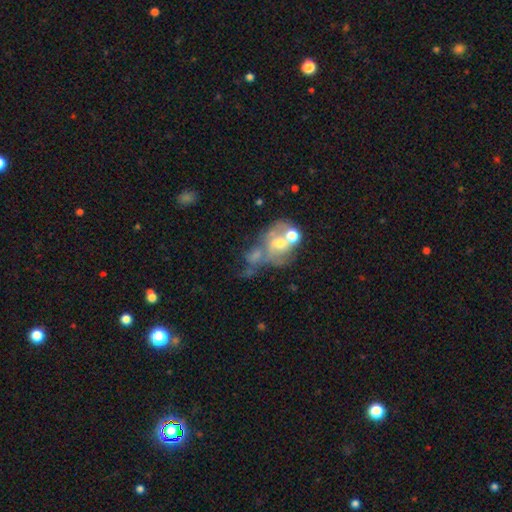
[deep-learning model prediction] Q: Smooth or featured?
A: featured or disk (56%); runner-up: smooth (29%)
Q: Edge-on disk?
A: no (96%); runner-up: yes (4%)
Q: Bar?
A: no (79%); runner-up: weak (16%)
Q: Spiral arms?
A: no (70%); runner-up: yes (30%)
Q: Bulge size?
A: moderate (52%); runner-up: small (28%)
Q: Merging?
A: merger (44%); runner-up: major disturbance (21%)